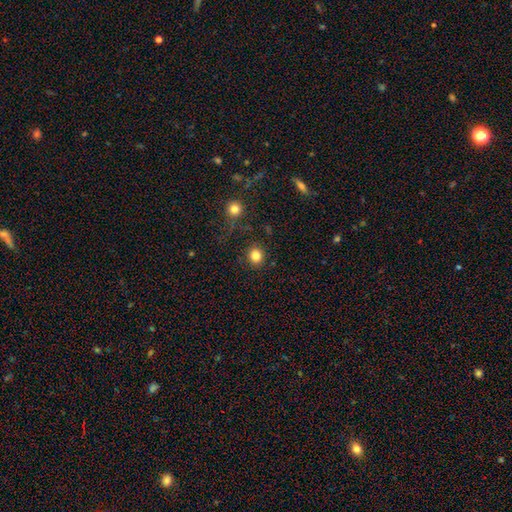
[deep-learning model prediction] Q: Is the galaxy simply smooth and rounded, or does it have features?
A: smooth — 82%.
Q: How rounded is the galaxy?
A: round — 86%.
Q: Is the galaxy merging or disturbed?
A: none — 87%.